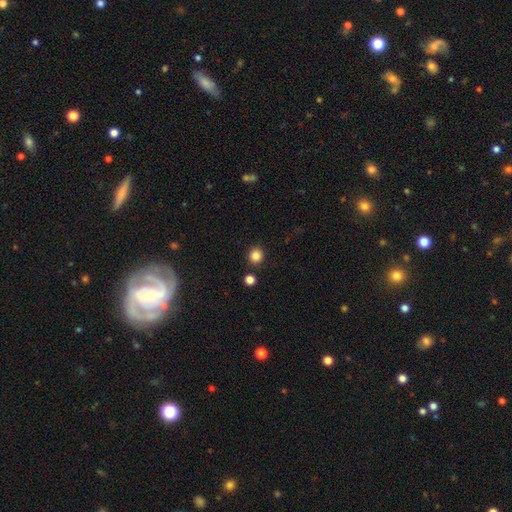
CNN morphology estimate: Smooth or featured?
  - smooth: 85% *
  - star or artifact: 11%
  - featured or disk: 4%
How rounded?
  - round: 90% *
  - in between: 9%
  - cigar-shaped: 1%
Merging?
  - none: 87% *
  - minor disturbance: 6%
  - merger: 5%
  - major disturbance: 2%